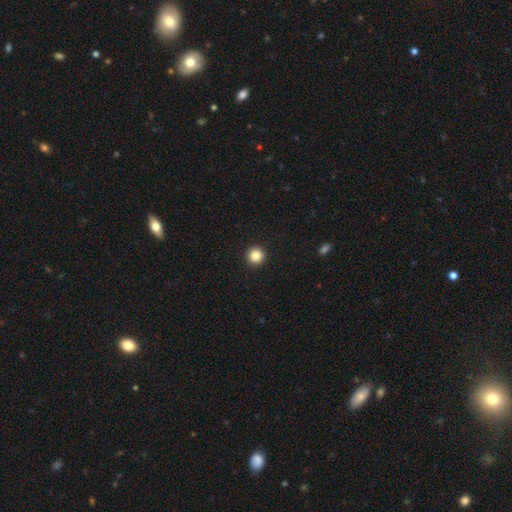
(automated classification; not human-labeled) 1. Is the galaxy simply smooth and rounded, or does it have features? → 85% smooth, 11% star or artifact, 4% featured or disk.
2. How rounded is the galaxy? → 96% round, 3% in between, 1% cigar-shaped.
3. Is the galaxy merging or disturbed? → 94% none, 3% minor disturbance, 1% major disturbance, 1% merger.